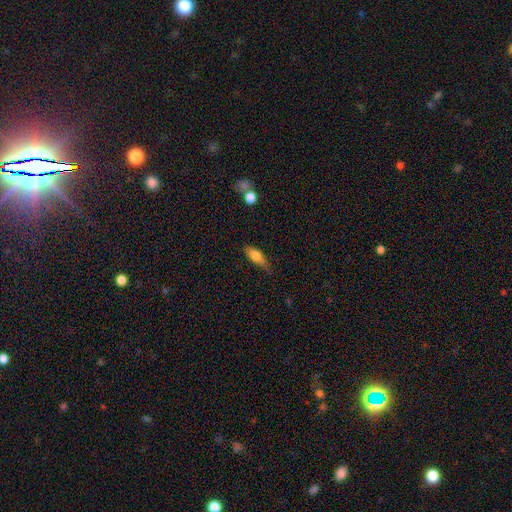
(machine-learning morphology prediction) The model was most divided on "merging": none: 47%, minor disturbance: 36%, major disturbance: 13%, merger: 4%. More confident: smooth or featured — smooth (70%); how rounded — in between (65%).